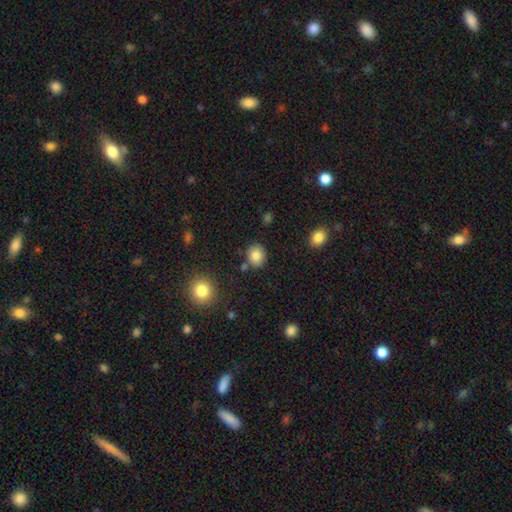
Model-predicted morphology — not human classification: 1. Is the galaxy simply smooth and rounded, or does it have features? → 83% smooth, 10% star or artifact, 7% featured or disk.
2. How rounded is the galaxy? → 74% round, 25% in between, 1% cigar-shaped.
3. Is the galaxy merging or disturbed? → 81% none, 10% minor disturbance, 6% merger, 3% major disturbance.